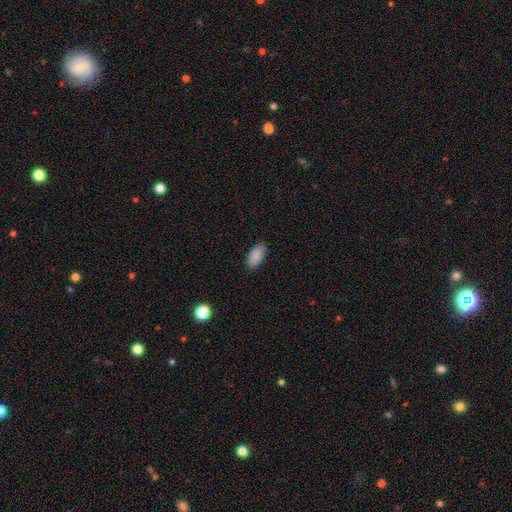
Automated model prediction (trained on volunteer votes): smooth 89%, star or artifact 7%, featured or disk 4%. Down the decision tree: how rounded — in between (92%); merging — none (88%).